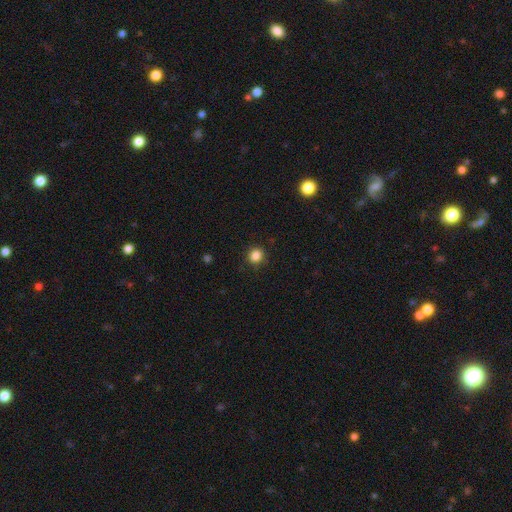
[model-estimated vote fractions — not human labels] smooth 85%, star or artifact 11%, featured or disk 4%. Down the decision tree: how rounded — round (84%); merging — none (88%).